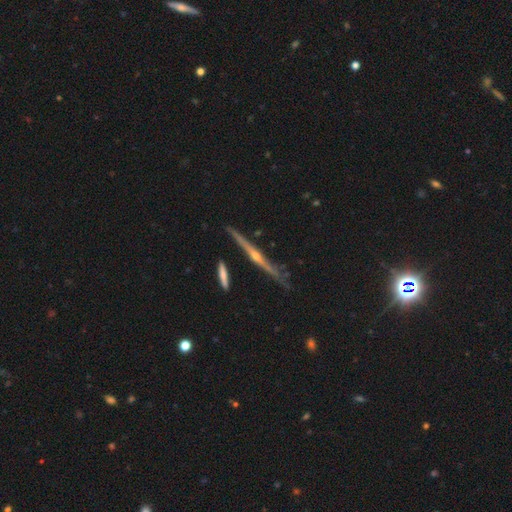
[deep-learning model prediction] Q: Smooth or featured?
A: featured or disk (82%); runner-up: smooth (11%)
Q: Edge-on disk?
A: yes (97%); runner-up: no (3%)
Q: Edge-on bulge?
A: rounded (83%); runner-up: none (13%)
Q: Merging?
A: none (82%); runner-up: minor disturbance (12%)